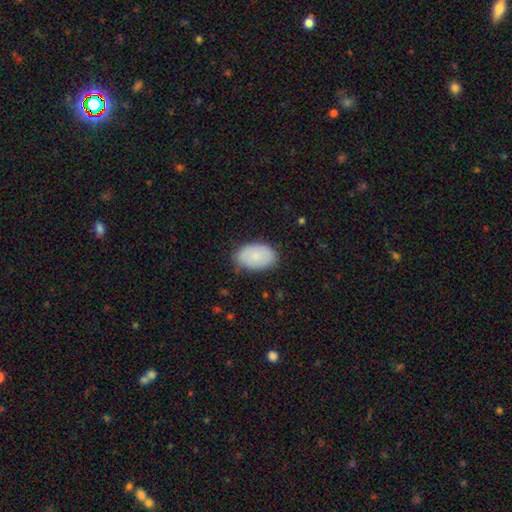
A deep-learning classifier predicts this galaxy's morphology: Smooth or featured? Predicted: smooth (p=0.85). How rounded? Predicted: in between (p=0.91). Merging? Predicted: none (p=0.81).